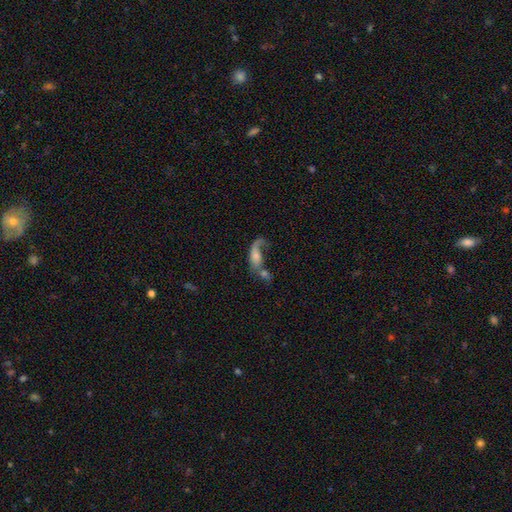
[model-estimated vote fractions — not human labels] A smooth galaxy with no disk features (46%).

Vote fractions:
- Smooth or featured? smooth: 46% / featured or disk: 44% / star or artifact: 10%
- Merging? merger: 46% / major disturbance: 28% / none: 17% / minor disturbance: 10%